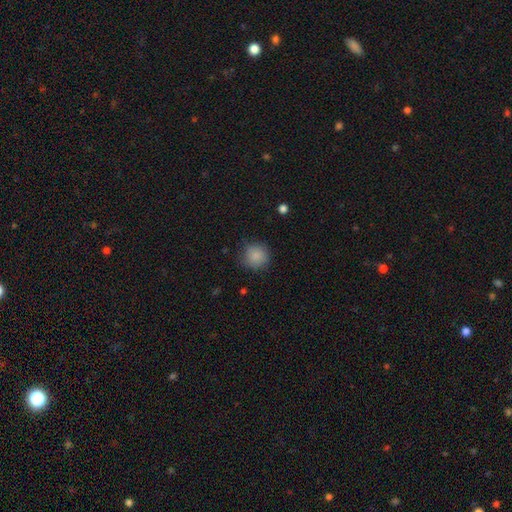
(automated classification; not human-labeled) This appears to be a smooth galaxy with no disk features (87%) that is round (92%). Merging: none (83%).